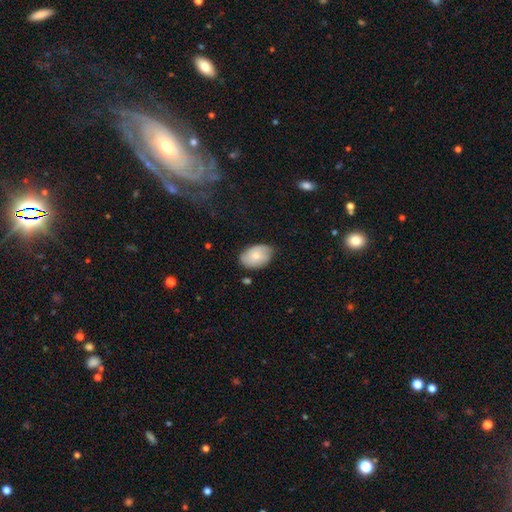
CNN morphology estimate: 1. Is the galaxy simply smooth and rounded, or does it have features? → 70% smooth, 23% featured or disk, 7% star or artifact.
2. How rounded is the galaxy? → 86% in between, 13% round, 1% cigar-shaped.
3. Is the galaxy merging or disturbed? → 72% none, 22% minor disturbance, 4% major disturbance, 2% merger.